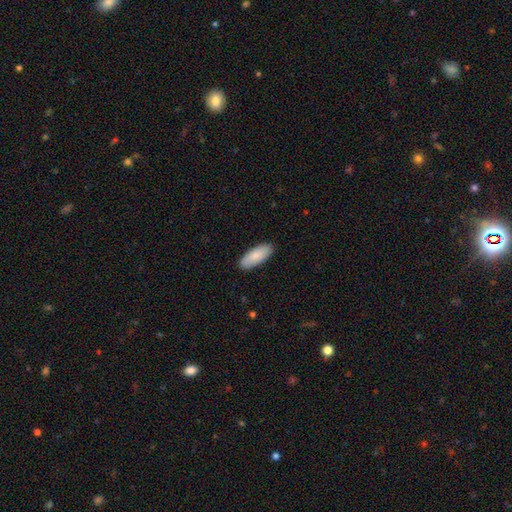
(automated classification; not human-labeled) Morphology: type=smooth (87%); roundness=in between (78%); merging=none (89%).